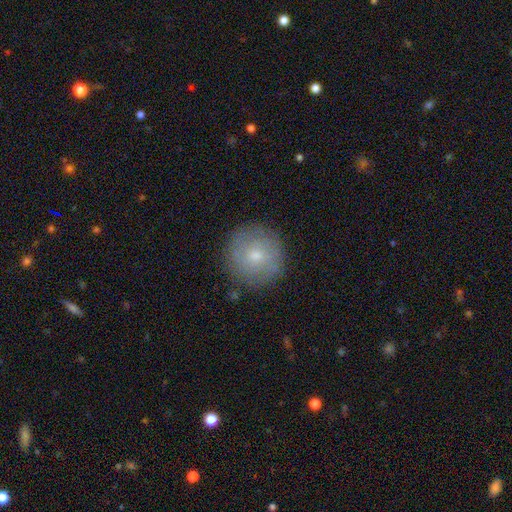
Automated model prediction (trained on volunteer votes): The model was most divided on "smooth or featured": smooth: 60%, featured or disk: 31%, star or artifact: 9%. More confident: how rounded — round (95%); merging — none (85%).